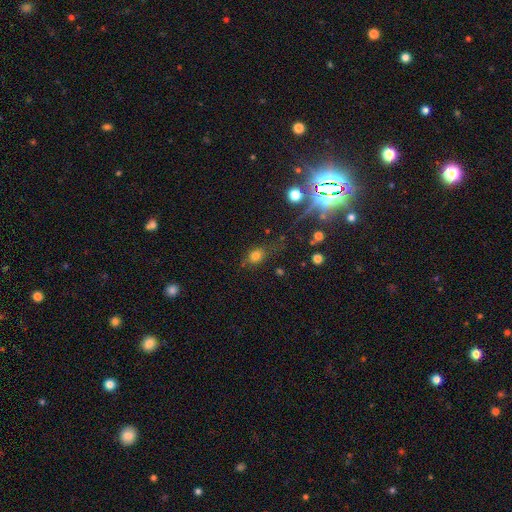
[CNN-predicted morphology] Overall: smooth (71%). How rounded: in between (56%; round 40%). Merging: none (62%).